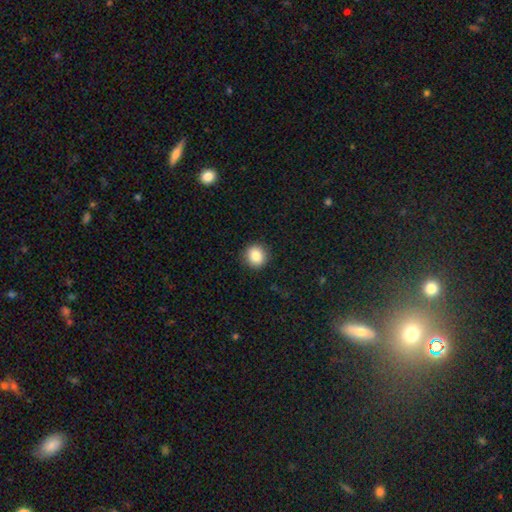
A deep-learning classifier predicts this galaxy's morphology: Overall: smooth (85%). How rounded: round (90%). Merging: none (90%).